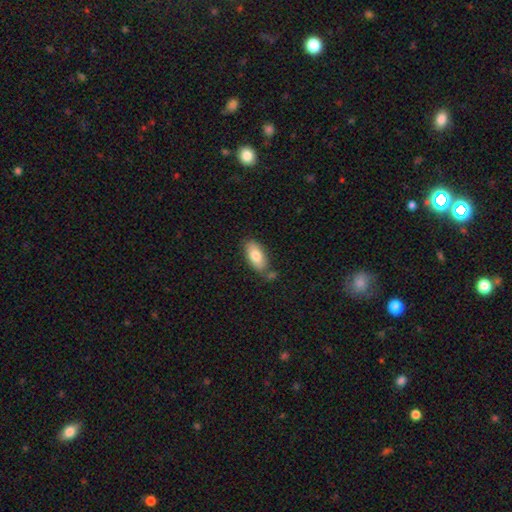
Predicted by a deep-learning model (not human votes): Morphology: type=smooth (79%); roundness=in between (89%); merging=none (71%).